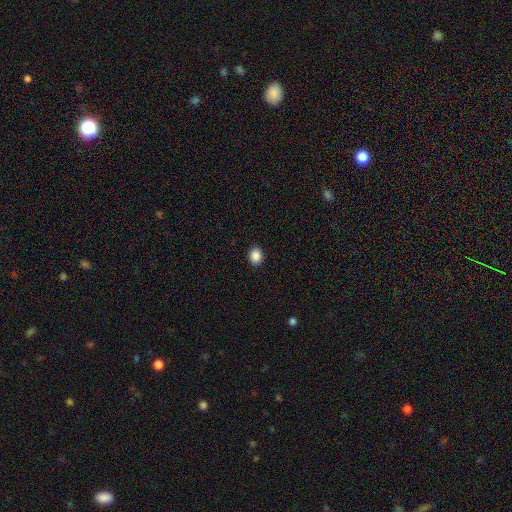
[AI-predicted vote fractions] A smooth galaxy with no disk features (88%) that is round (52%).

Vote fractions:
- Smooth or featured? smooth: 88% / star or artifact: 9% / featured or disk: 3%
- How rounded? round: 52% / in between: 48% / cigar-shaped: 1%
- Merging? none: 91% / minor disturbance: 6% / major disturbance: 2% / merger: 1%